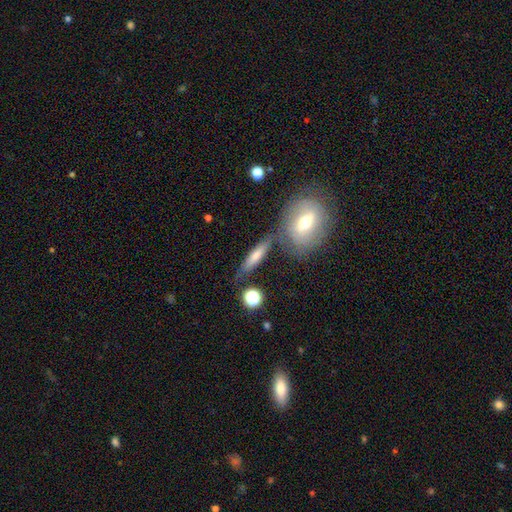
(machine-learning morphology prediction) smooth 65%, featured or disk 26%, star or artifact 9%. Down the decision tree: how rounded — cigar-shaped (74%); merging — none (69%).